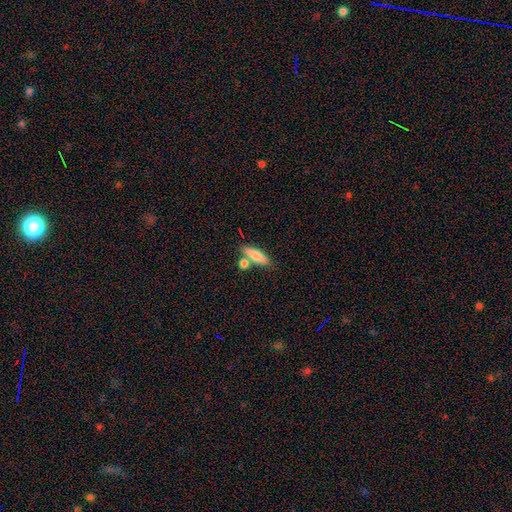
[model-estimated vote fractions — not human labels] The model was most divided on "how rounded": cigar-shaped: 50%, in between: 45%, round: 5%. More confident: smooth or featured — smooth (78%); merging — none (61%).